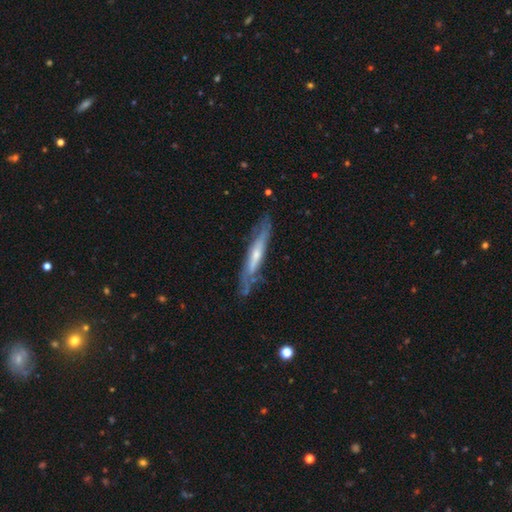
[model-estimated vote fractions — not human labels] Q: Smooth or featured?
A: featured or disk (66%); runner-up: smooth (28%)
Q: Edge-on disk?
A: yes (71%); runner-up: no (29%)
Q: Merging?
A: none (71%); runner-up: minor disturbance (21%)